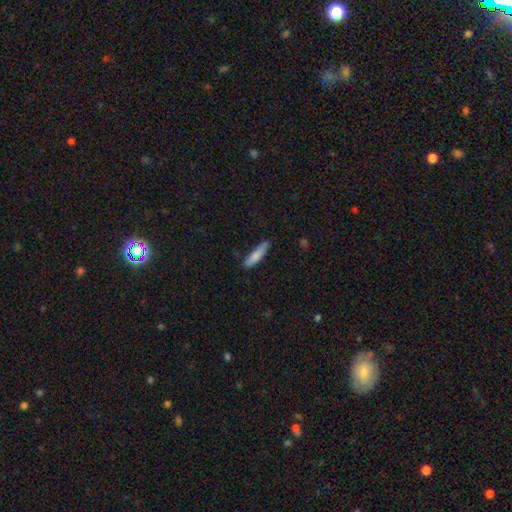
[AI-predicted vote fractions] Smooth or featured: smooth — 80% (featured or disk — 14%)
How rounded: cigar-shaped — 79% (in between — 20%)
Merging: none — 79% (minor disturbance — 17%)